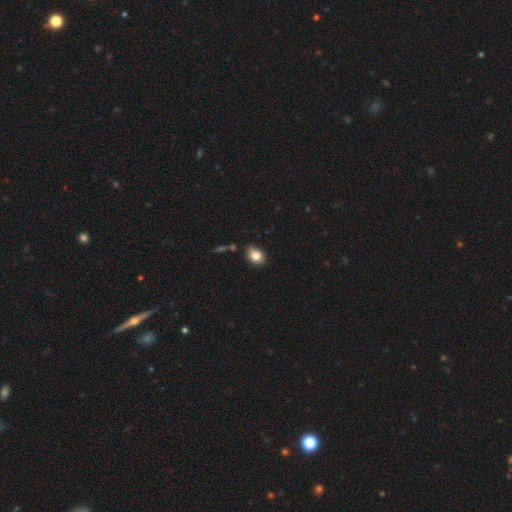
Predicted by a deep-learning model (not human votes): Morphology: type=smooth (82%); roundness=in between (61%); merging=none (76%).